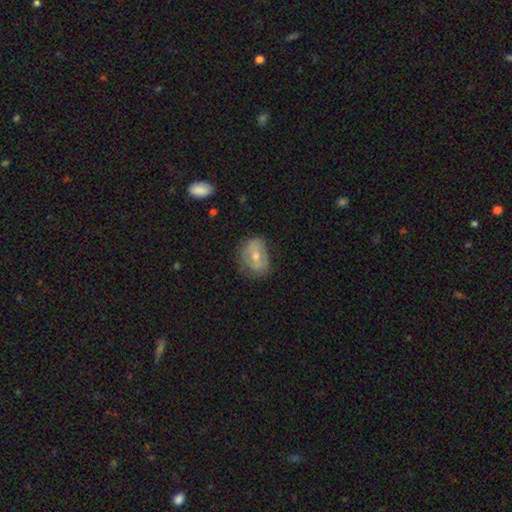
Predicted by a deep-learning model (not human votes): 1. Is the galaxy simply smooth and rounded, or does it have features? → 50% smooth, 42% featured or disk, 8% star or artifact.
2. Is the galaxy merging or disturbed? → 64% none, 26% minor disturbance, 9% major disturbance, 1% merger.